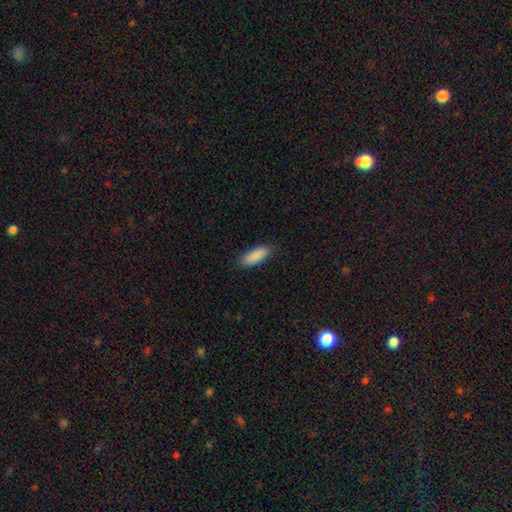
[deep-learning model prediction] A smooth galaxy with no disk features (90%) that is in between round and cigar-shaped (64%). Merging: none (87%).